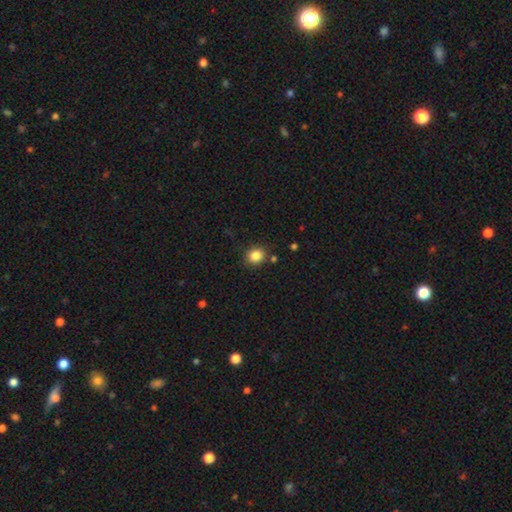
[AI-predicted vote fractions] Q: Smooth or featured?
A: smooth (85%); runner-up: star or artifact (11%)
Q: How rounded?
A: round (78%); runner-up: in between (21%)
Q: Merging?
A: none (85%); runner-up: minor disturbance (9%)